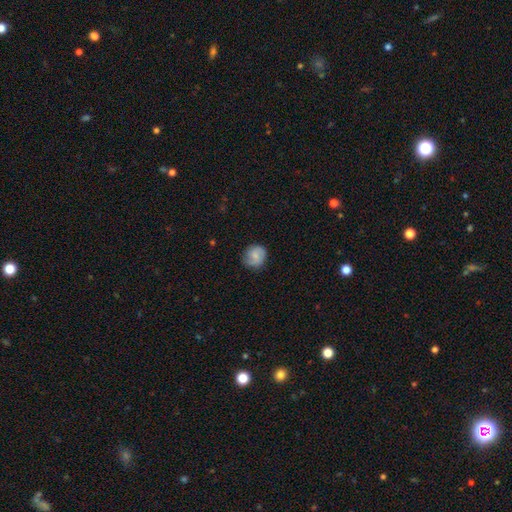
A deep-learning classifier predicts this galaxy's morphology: This appears to be a smooth galaxy with no disk features (72%) that is round (79%). Merging: none (74%).